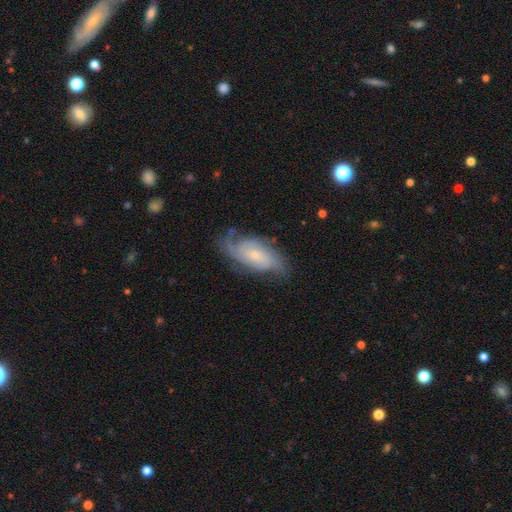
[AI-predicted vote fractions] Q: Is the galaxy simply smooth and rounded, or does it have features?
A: featured or disk — 75%.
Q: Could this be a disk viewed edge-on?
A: no — 93%.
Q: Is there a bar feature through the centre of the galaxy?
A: no — 70%.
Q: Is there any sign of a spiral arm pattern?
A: yes — 93%.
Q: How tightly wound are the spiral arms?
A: tight — 47%.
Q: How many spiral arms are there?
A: can't tell — 34%.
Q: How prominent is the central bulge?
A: small — 70%.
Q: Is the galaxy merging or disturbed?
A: none — 68%.